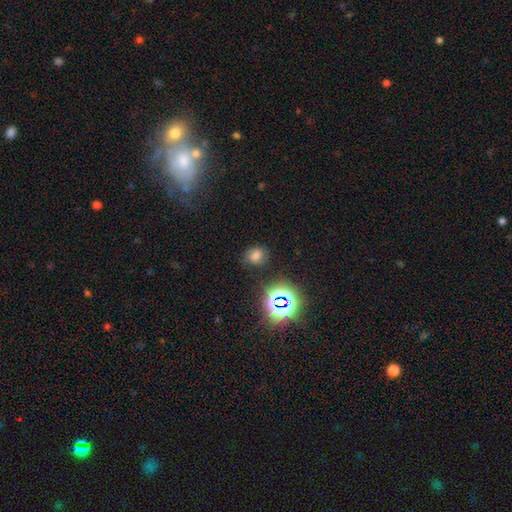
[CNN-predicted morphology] type=smooth (64%); roundness=round (62%); merging=none (75%).